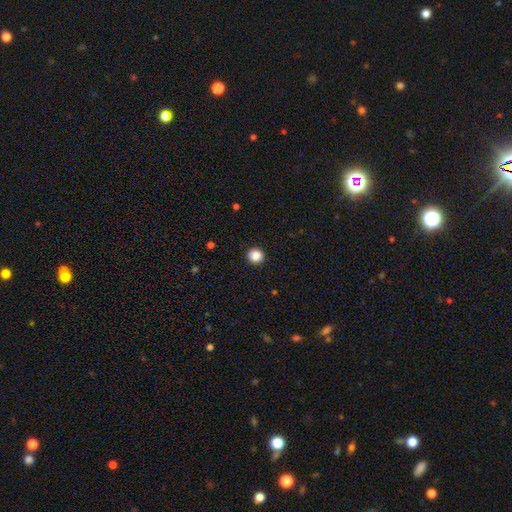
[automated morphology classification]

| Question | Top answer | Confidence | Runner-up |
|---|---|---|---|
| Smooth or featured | smooth | 87% | star or artifact (10%) |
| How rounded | round | 93% | in between (6%) |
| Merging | none | 93% | minor disturbance (5%) |